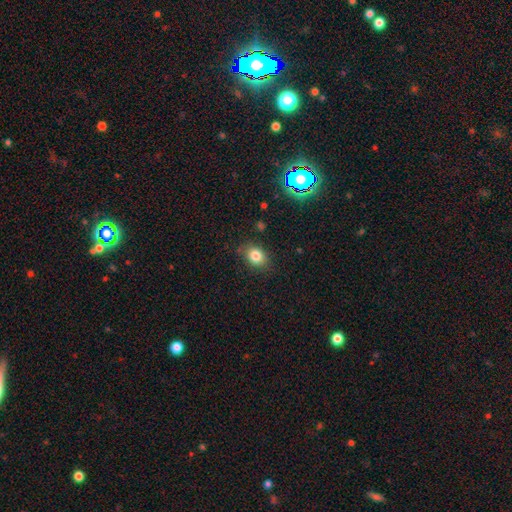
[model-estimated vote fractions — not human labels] Q: Smooth or featured?
A: smooth (82%); runner-up: star or artifact (11%)
Q: How rounded?
A: in between (56%); runner-up: round (42%)
Q: Merging?
A: none (80%); runner-up: minor disturbance (15%)